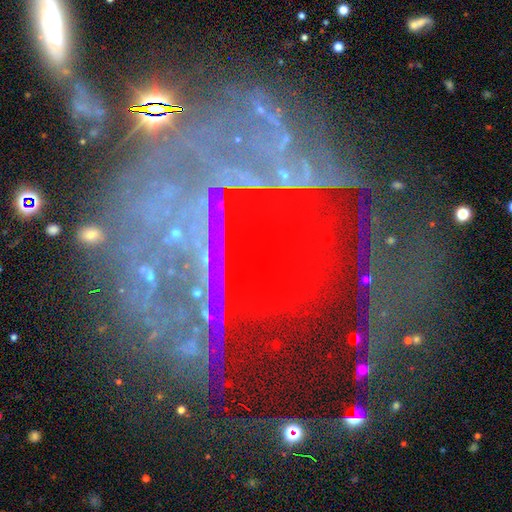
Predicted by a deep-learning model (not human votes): Smooth or featured? Predicted: featured or disk (p=0.48). Merging? Predicted: none (p=0.36, tied with major disturbance).